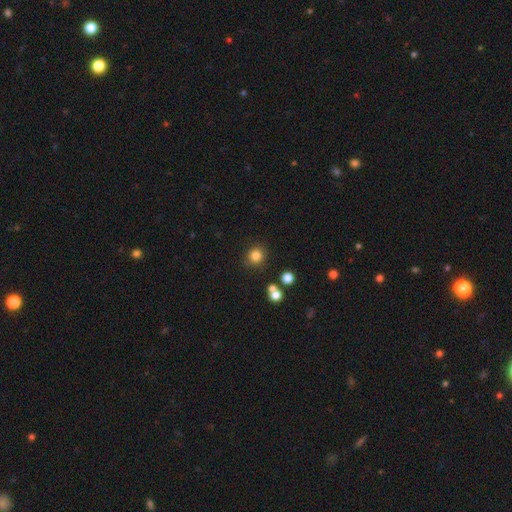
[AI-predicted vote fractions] A smooth galaxy with no disk features (82%) that is round (84%). Merging: none (85%).